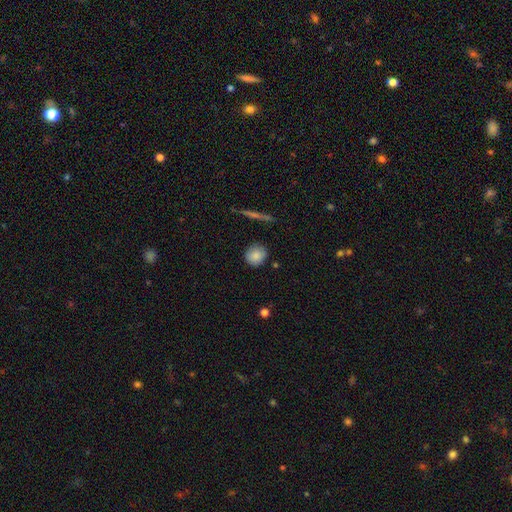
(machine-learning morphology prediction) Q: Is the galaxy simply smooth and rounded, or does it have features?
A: smooth — 85%.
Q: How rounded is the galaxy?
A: round — 86%.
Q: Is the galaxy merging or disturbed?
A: none — 85%.